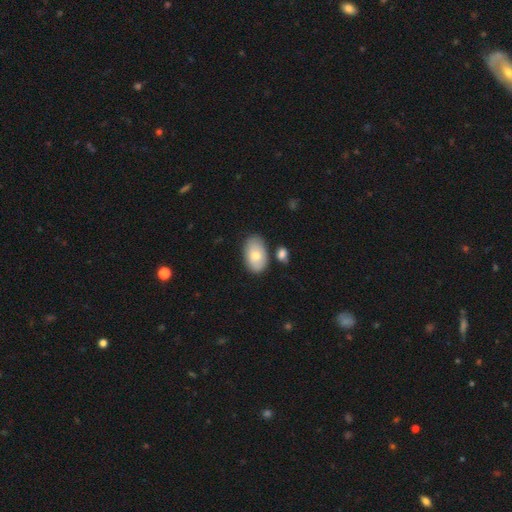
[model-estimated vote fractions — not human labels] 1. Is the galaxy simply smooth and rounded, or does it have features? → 74% smooth, 19% featured or disk, 6% star or artifact.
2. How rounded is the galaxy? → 93% in between, 6% round, 1% cigar-shaped.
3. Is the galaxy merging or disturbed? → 71% none, 16% minor disturbance, 8% merger, 4% major disturbance.